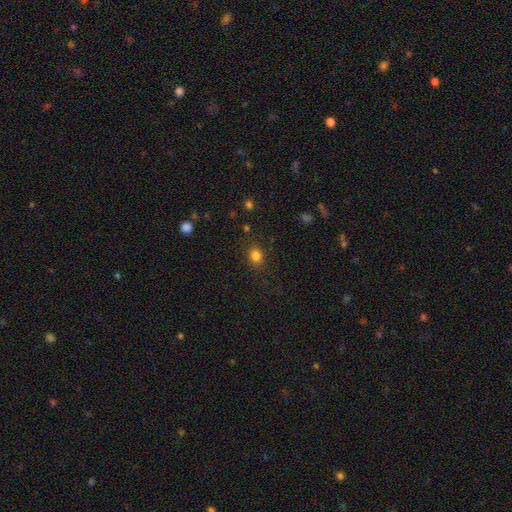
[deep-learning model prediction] This is clearly a smooth galaxy (82%). How rounded: possibly in between (53%). Merging: clearly none (84%).